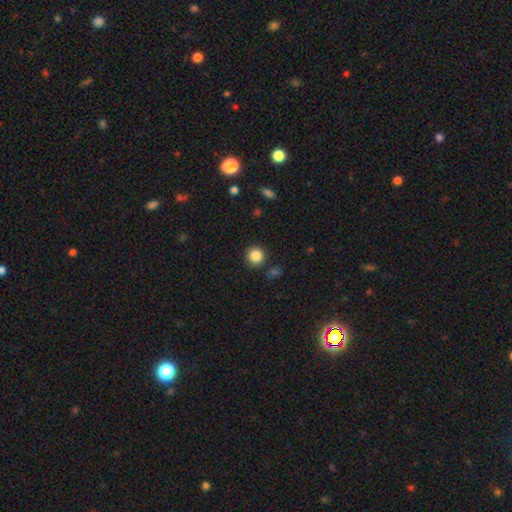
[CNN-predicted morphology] Q: Smooth or featured?
A: smooth (86%); runner-up: star or artifact (11%)
Q: How rounded?
A: round (94%); runner-up: in between (5%)
Q: Merging?
A: none (88%); runner-up: minor disturbance (7%)